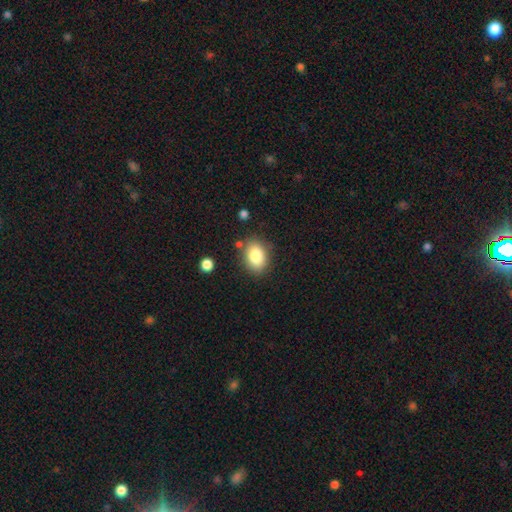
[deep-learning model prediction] This appears to be a smooth galaxy with no disk features (84%) that is in between round and cigar-shaped (77%). Merging: none (81%).